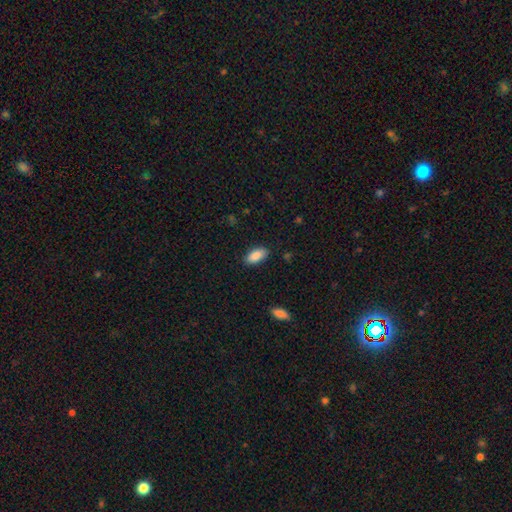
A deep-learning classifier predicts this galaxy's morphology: smooth_or_featured: smooth (p=0.89) [alt: star or artifact p=0.06]
how_rounded: in between (p=0.91) [alt: cigar-shaped p=0.07]
merging: none (p=0.86) [alt: minor disturbance p=0.10]